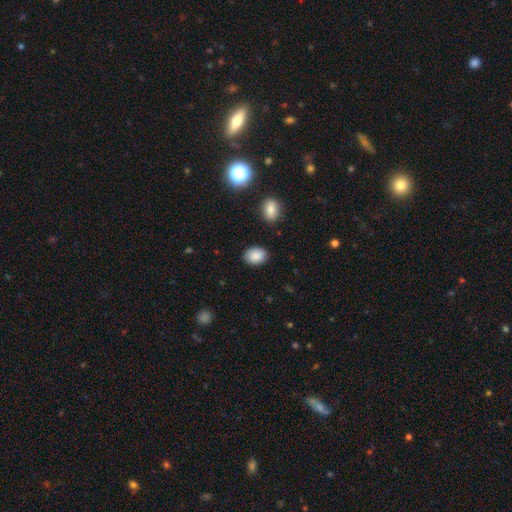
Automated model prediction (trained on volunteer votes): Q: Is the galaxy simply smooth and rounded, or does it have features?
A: smooth — 88%.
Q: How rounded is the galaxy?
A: in between — 65%.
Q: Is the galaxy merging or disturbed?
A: none — 86%.